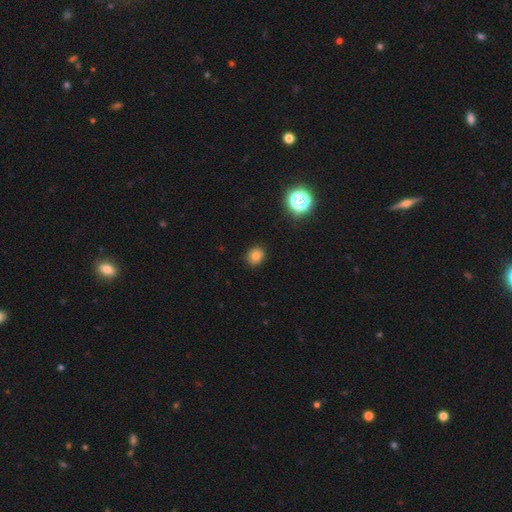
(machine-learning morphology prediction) The model was most divided on "how rounded": round: 72%, in between: 27%, cigar-shaped: 1%. More confident: merging — none (88%); smooth or featured — smooth (80%).